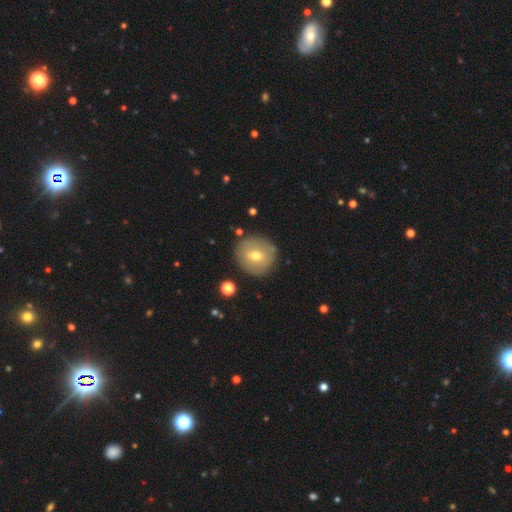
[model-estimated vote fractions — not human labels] Overall: smooth (64%; featured or disk 28%). How rounded: round (91%). Merging: none (84%).